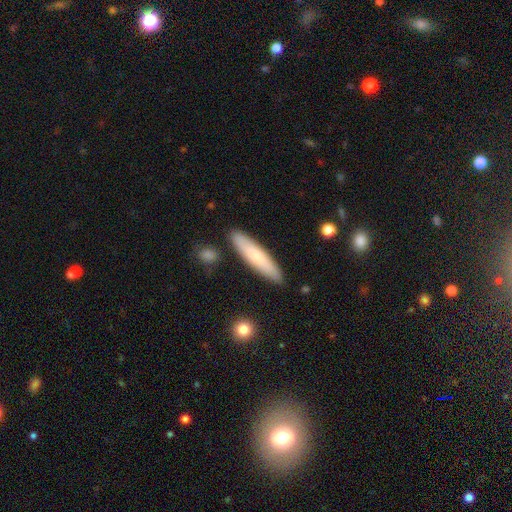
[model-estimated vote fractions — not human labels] smooth 70%, featured or disk 25%, star or artifact 6%. Down the decision tree: how rounded — cigar-shaped (83%); merging — none (87%).